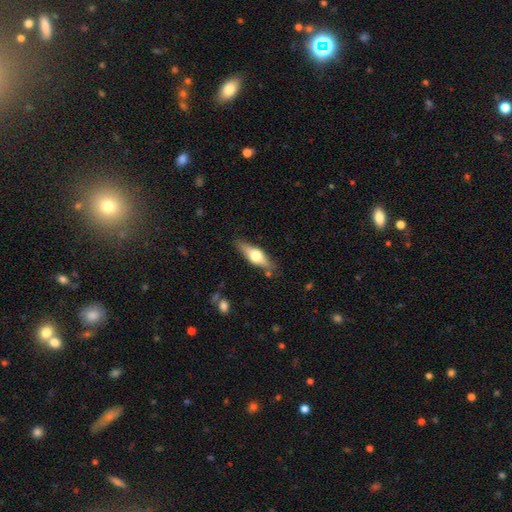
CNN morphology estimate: type=featured or disk (53%); edge-on=yes (91%); merging=none (82%).